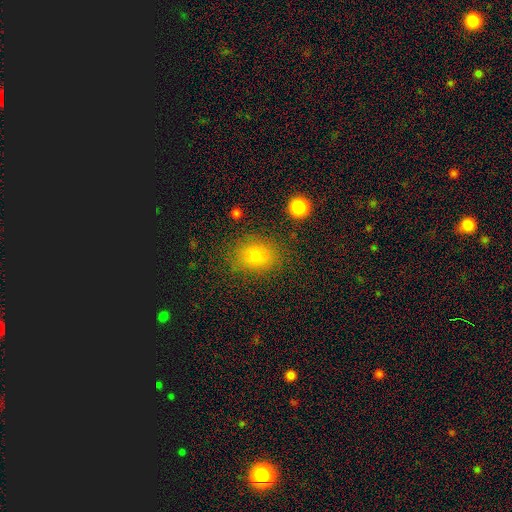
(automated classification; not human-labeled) Smooth or featured?
  - smooth: 80% *
  - star or artifact: 13%
  - featured or disk: 7%
How rounded?
  - in between: 52% *
  - round: 47%
  - cigar-shaped: 1%
Merging?
  - none: 81% *
  - minor disturbance: 12%
  - major disturbance: 5%
  - merger: 2%